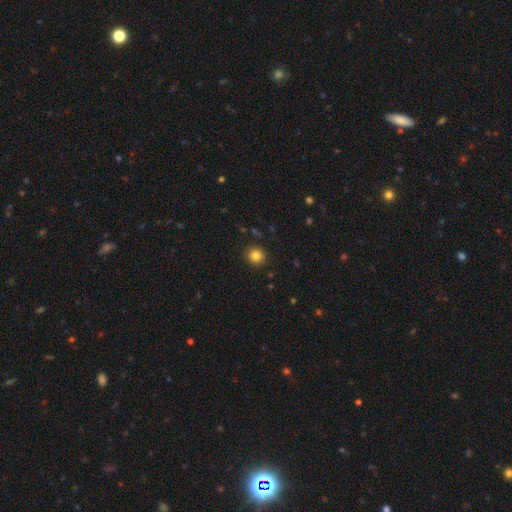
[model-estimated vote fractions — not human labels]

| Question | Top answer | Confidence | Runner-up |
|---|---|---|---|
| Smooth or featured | smooth | 83% | star or artifact (12%) |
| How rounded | round | 92% | in between (7%) |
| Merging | none | 91% | minor disturbance (6%) |